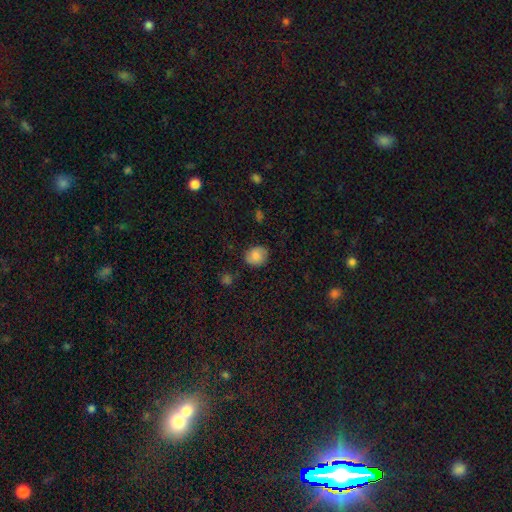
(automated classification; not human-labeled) The model was most divided on "how rounded": round: 73%, in between: 26%, cigar-shaped: 1%. More confident: merging — none (80%); smooth or featured — smooth (74%).